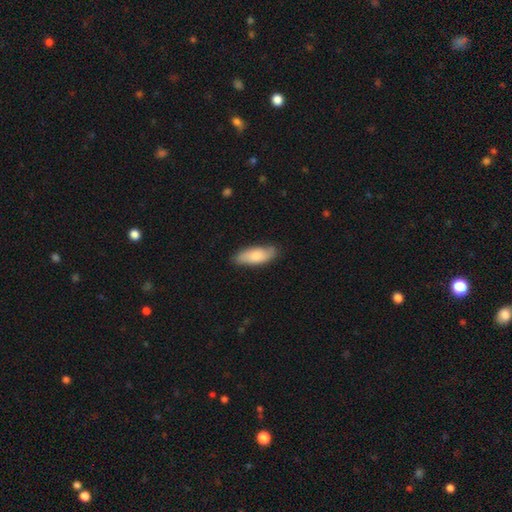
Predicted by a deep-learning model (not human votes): A smooth galaxy with no disk features (77%) that is in between round and cigar-shaped (73%). Merging: none (80%).